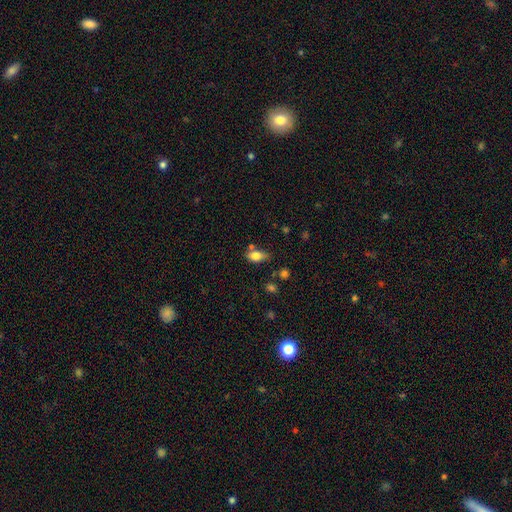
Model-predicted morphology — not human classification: A smooth galaxy with no disk features (79%) that is in between round and cigar-shaped (85%).

Vote fractions:
- Smooth or featured? smooth: 79% / featured or disk: 12% / star or artifact: 9%
- How rounded? in between: 85% / round: 9% / cigar-shaped: 6%
- Merging? none: 58% / minor disturbance: 23% / merger: 13% / major disturbance: 6%